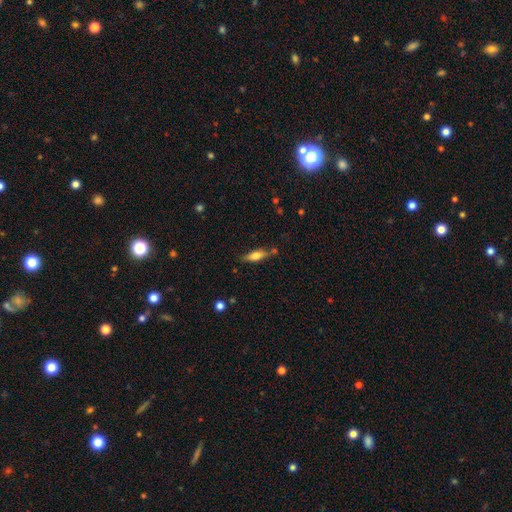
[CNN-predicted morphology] Overall: smooth (62%; featured or disk 31%). How rounded: in between (51%; cigar-shaped 47%). Merging: none (69%).